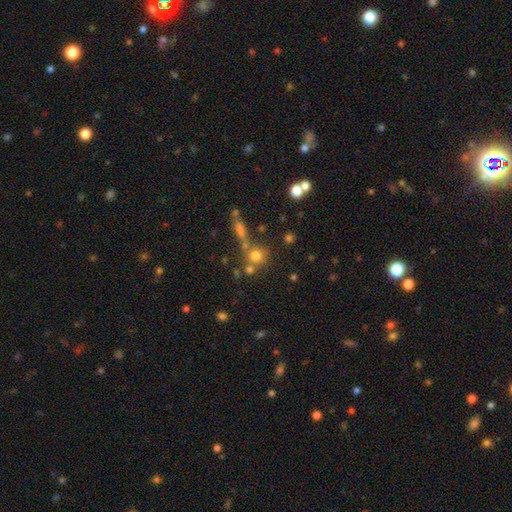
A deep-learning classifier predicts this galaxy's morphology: Smooth or featured?
  - smooth: 71% *
  - star or artifact: 16%
  - featured or disk: 12%
How rounded?
  - round: 87% *
  - in between: 11%
  - cigar-shaped: 3%
Merging?
  - none: 57% *
  - merger: 27%
  - minor disturbance: 11%
  - major disturbance: 6%